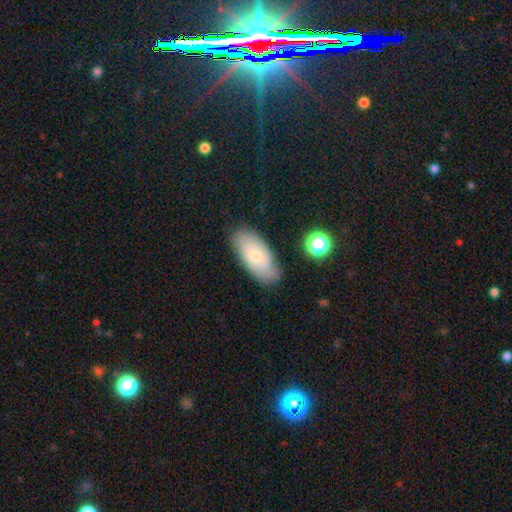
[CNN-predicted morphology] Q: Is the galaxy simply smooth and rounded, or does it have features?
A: smooth — 54%.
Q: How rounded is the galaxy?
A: in between — 90%.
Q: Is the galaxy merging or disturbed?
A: none — 73%.